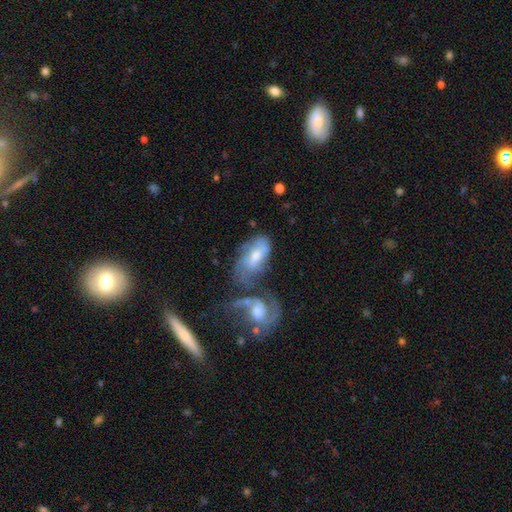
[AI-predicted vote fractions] Overall: featured or disk (61%; smooth 31%). Edge-on disk: no (93%). Bar: no (53%; weak 37%). Spiral arms: yes (72%). Bulge size: moderate (56%; small 29%). Merging: merger (38%; none 26%).